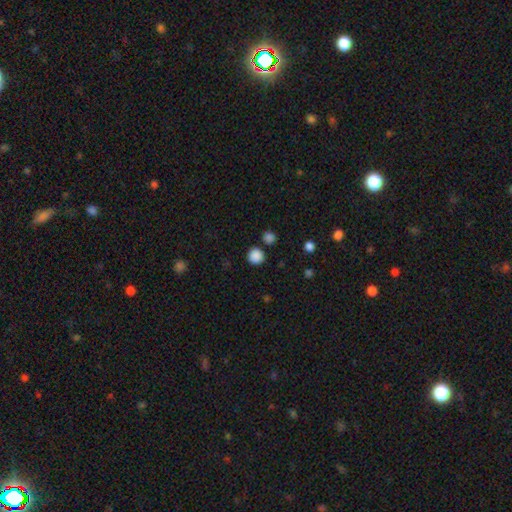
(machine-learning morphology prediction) Smooth or featured: smooth — 87% (star or artifact — 11%)
How rounded: round — 94% (in between — 5%)
Merging: none — 87% (minor disturbance — 6%)